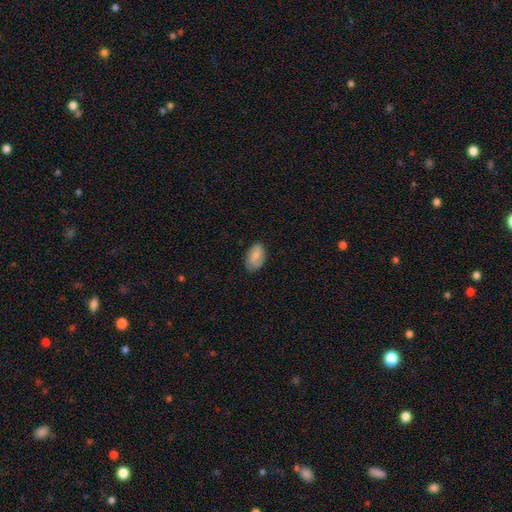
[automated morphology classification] Smooth or featured? Predicted: smooth (p=0.71). How rounded? Predicted: in between (p=0.90). Merging? Predicted: none (p=0.78).